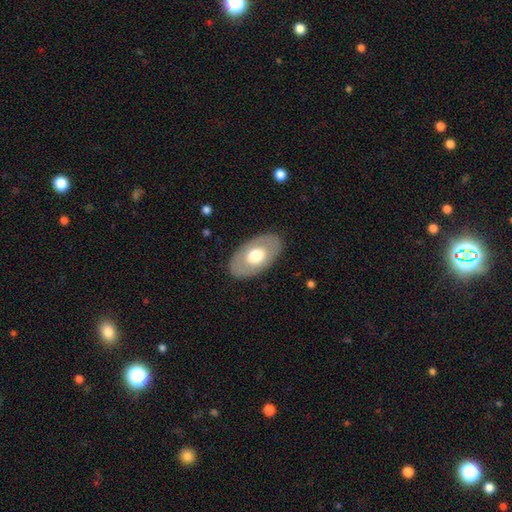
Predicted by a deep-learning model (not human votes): Q: Smooth or featured?
A: smooth (56%); runner-up: featured or disk (39%)
Q: How rounded?
A: in between (91%); runner-up: round (7%)
Q: Merging?
A: none (85%); runner-up: minor disturbance (10%)